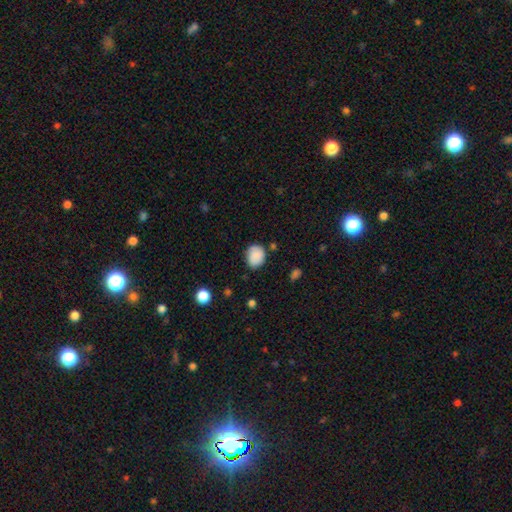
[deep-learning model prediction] This is clearly a smooth galaxy (86%). How rounded: possibly round (55%). Merging: likely none (73%).